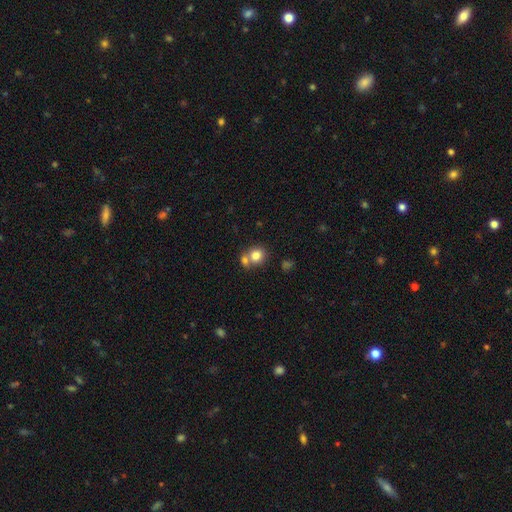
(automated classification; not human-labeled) Smooth or featured?
  - smooth: 80% *
  - star or artifact: 10%
  - featured or disk: 10%
How rounded?
  - round: 79% *
  - in between: 20%
  - cigar-shaped: 1%
Merging?
  - none: 47% *
  - merger: 41%
  - minor disturbance: 8%
  - major disturbance: 3%